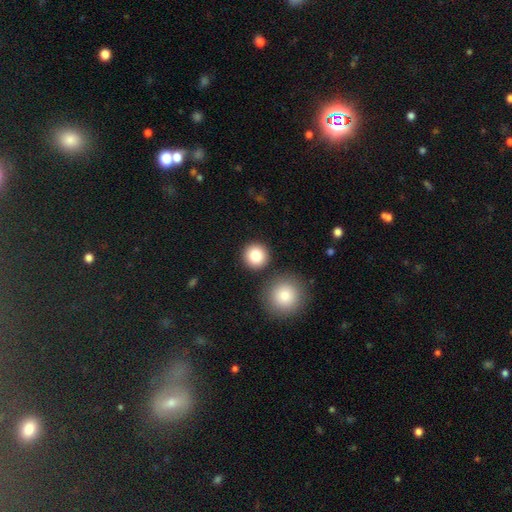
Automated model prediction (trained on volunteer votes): This is clearly a smooth galaxy (83%). How rounded: clearly round (95%). Merging: clearly none (84%).